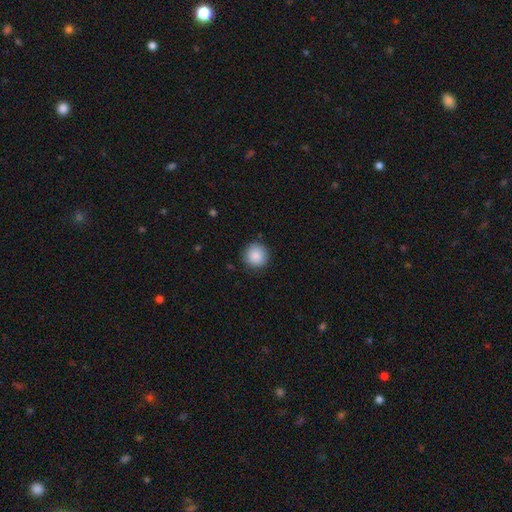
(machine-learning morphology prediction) Overall: smooth (88%). How rounded: round (94%). Merging: none (88%).